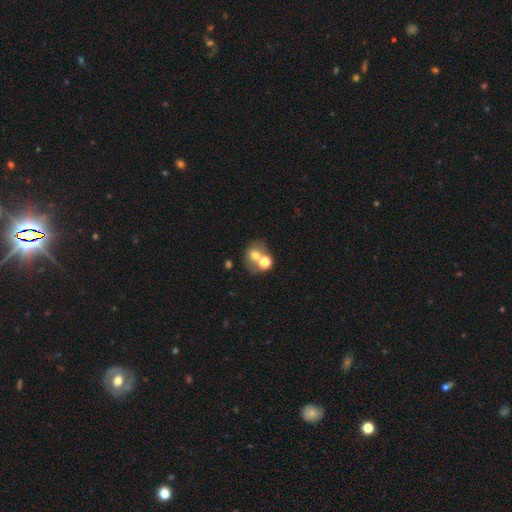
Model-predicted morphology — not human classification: type=smooth (63%); roundness=round (66%); merging=merger (46%).